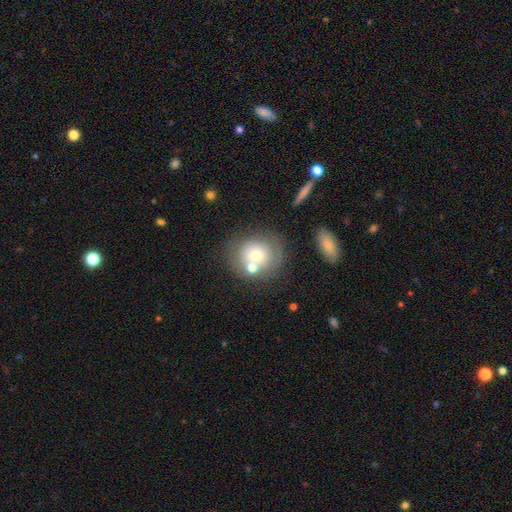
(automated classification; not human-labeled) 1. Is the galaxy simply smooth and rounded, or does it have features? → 65% smooth, 25% featured or disk, 10% star or artifact.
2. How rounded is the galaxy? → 81% round, 18% in between, 1% cigar-shaped.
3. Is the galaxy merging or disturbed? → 54% none, 25% merger, 14% minor disturbance, 7% major disturbance.